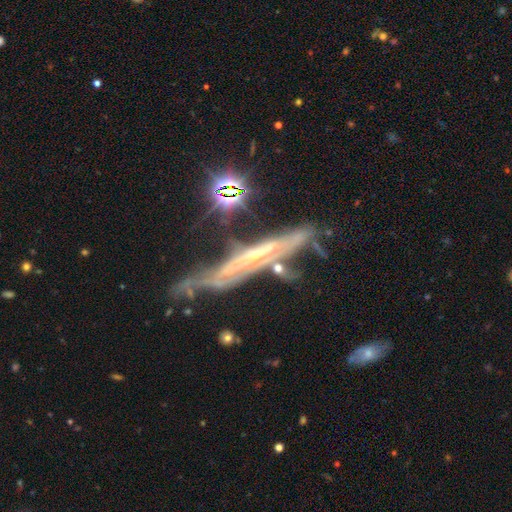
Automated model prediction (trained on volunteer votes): A featured or disk galaxy (77%) viewed edge-on (71%) with no central bulge (61%). Merging: none (45%).